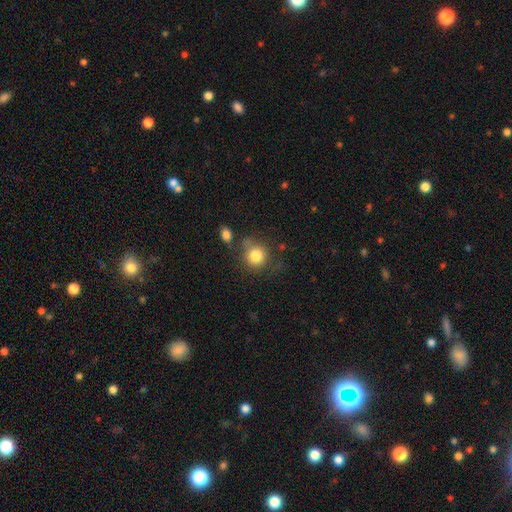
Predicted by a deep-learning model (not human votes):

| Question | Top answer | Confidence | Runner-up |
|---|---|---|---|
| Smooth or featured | smooth | 82% | star or artifact (10%) |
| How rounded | round | 88% | in between (11%) |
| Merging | none | 68% | minor disturbance (15%) |